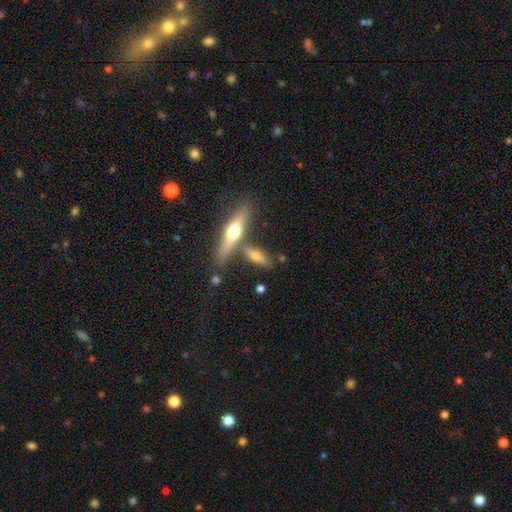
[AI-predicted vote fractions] This is possibly a featured or disk galaxy (50%). It is clearly viewed edge-on (89%). Merging: likely none (61%).